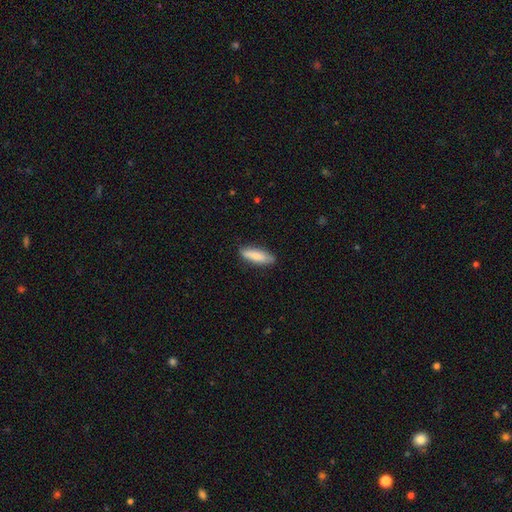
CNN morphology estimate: Smooth or featured?
  - smooth: 80% *
  - featured or disk: 15%
  - star or artifact: 6%
How rounded?
  - cigar-shaped: 60% *
  - in between: 39%
  - round: 2%
Merging?
  - none: 84% *
  - minor disturbance: 12%
  - major disturbance: 2%
  - merger: 1%